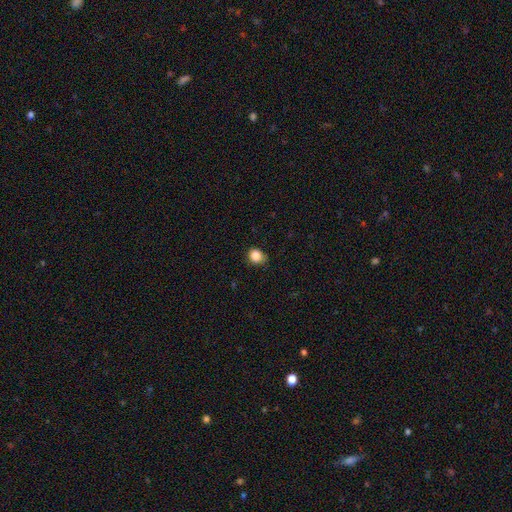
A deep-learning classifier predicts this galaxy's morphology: Smooth or featured?
  - smooth: 86% *
  - star or artifact: 10%
  - featured or disk: 4%
How rounded?
  - round: 71% *
  - in between: 28%
  - cigar-shaped: 1%
Merging?
  - none: 70% *
  - minor disturbance: 24%
  - major disturbance: 4%
  - merger: 1%